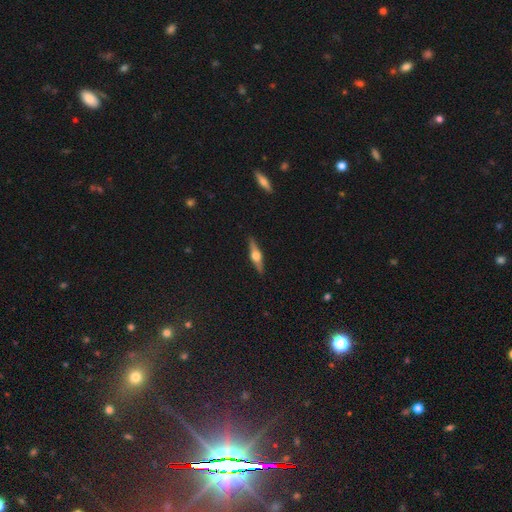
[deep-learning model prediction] Morphology: type=featured or disk (72%); edge-on=yes (97%); edge-on bulge=rounded (93%); merging=none (90%).